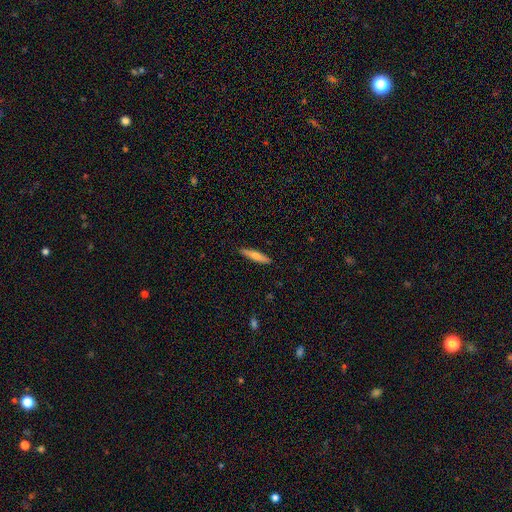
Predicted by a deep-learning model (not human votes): smooth_or_featured: smooth (p=0.57) [alt: featured or disk p=0.37]
how_rounded: cigar-shaped (p=0.87) [alt: in between p=0.11]
merging: none (p=0.90) [alt: minor disturbance p=0.07]